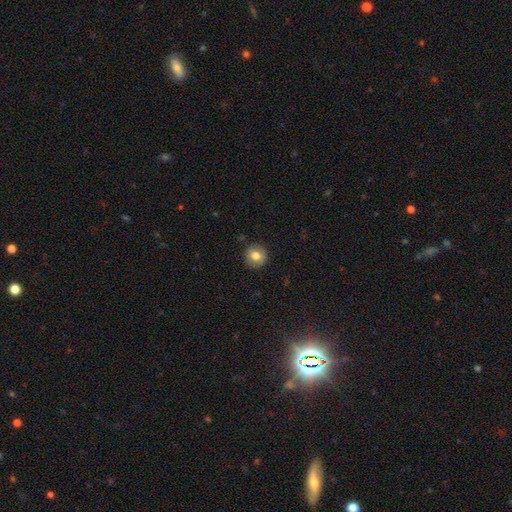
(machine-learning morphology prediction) Q: Smooth or featured?
A: smooth (77%); runner-up: featured or disk (14%)
Q: How rounded?
A: round (92%); runner-up: in between (7%)
Q: Merging?
A: none (89%); runner-up: minor disturbance (8%)